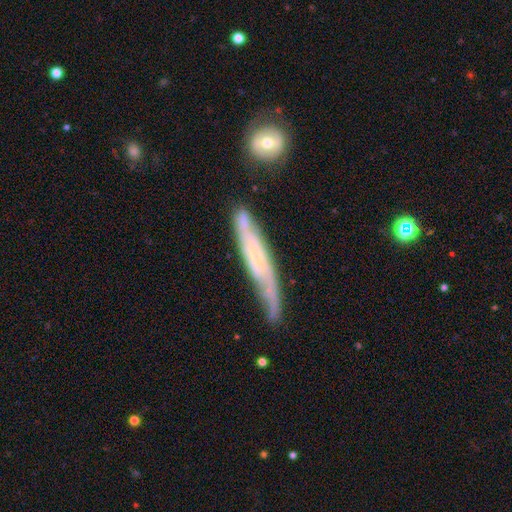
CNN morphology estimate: This appears to be a featured or disk galaxy (73%) viewed edge-on (53%). Merging: none (60%).